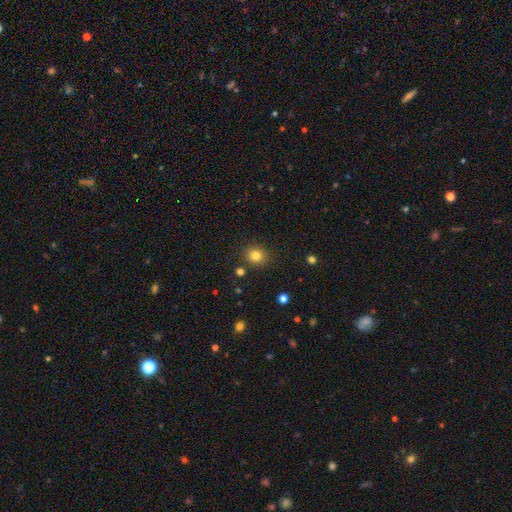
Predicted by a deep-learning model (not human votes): smooth_or_featured: smooth (p=0.81) [alt: star or artifact p=0.13]
how_rounded: round (p=0.84) [alt: in between p=0.15]
merging: none (p=0.87) [alt: minor disturbance p=0.08]